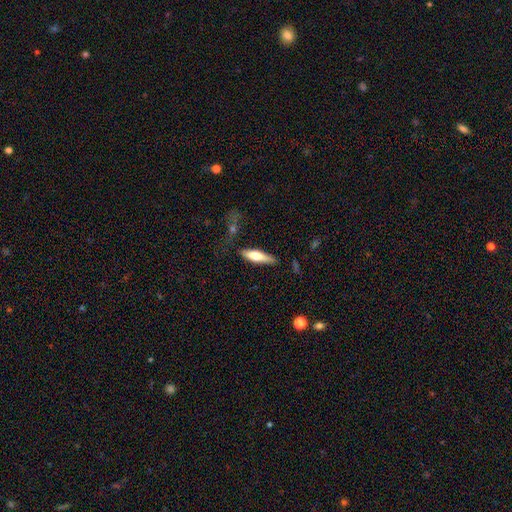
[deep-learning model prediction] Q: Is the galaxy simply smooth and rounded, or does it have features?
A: smooth — 59%.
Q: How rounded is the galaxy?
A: cigar-shaped — 66%.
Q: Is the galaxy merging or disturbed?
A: none — 74%.